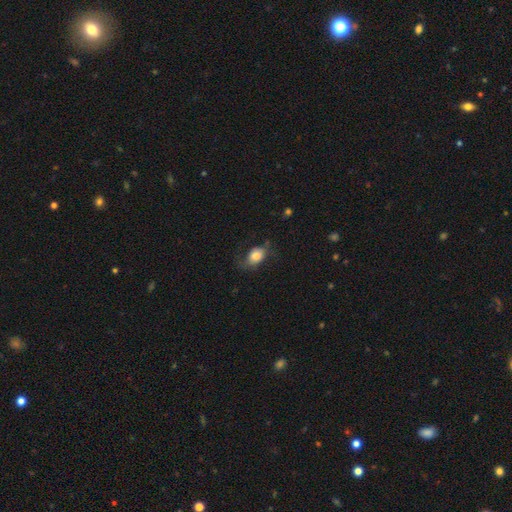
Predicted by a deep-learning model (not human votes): A smooth galaxy with no disk features (76%) that is in between round and cigar-shaped (76%).

Vote fractions:
- Smooth or featured? smooth: 76% / featured or disk: 16% / star or artifact: 8%
- How rounded? in between: 76% / round: 22% / cigar-shaped: 2%
- Merging? none: 52% / minor disturbance: 28% / major disturbance: 18% / merger: 2%